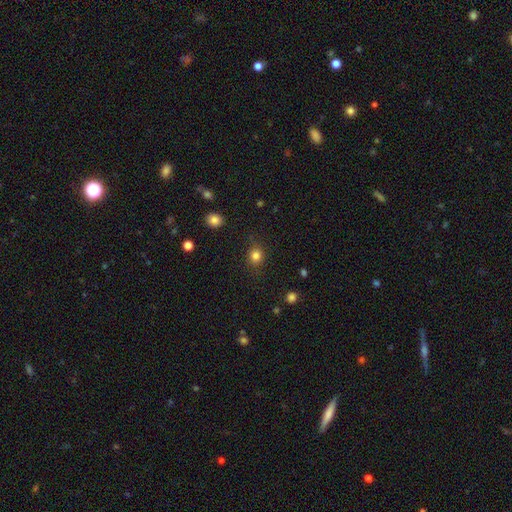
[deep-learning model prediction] smooth 82%, star or artifact 12%, featured or disk 5%. Down the decision tree: how rounded — round (79%); merging — none (82%).